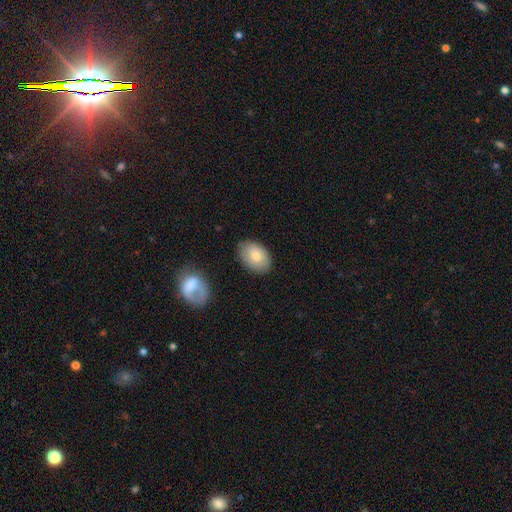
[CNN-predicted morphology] smooth-or-featured: smooth: 80% | featured or disk: 14% | star or artifact: 6%
  how-rounded: in between: 87% | round: 12% | cigar-shaped: 1%
  merging: none: 84% | minor disturbance: 12% | major disturbance: 2% | merger: 2%